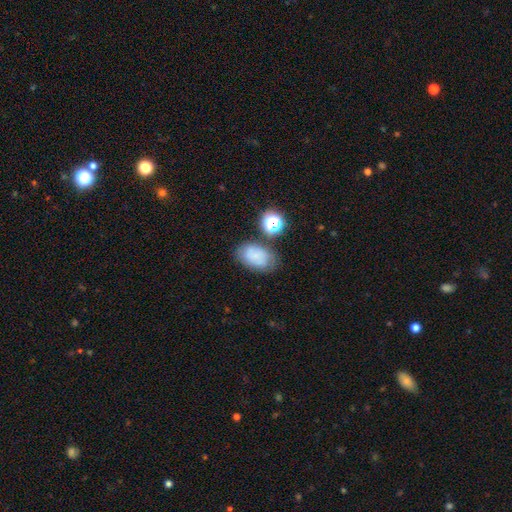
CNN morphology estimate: The model was most divided on "merging": none: 65%, minor disturbance: 19%, merger: 9%, major disturbance: 7%. More confident: how rounded — in between (85%); smooth or featured — smooth (69%).